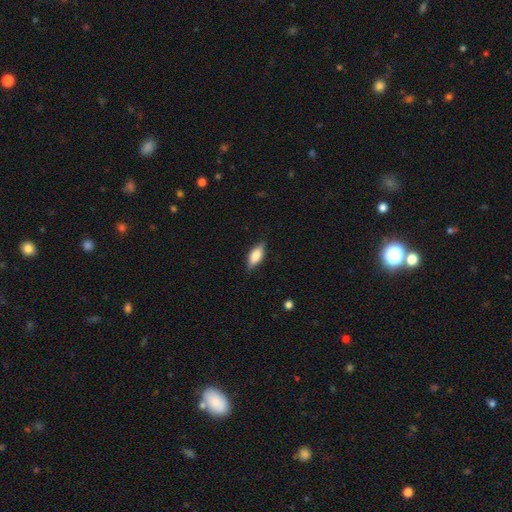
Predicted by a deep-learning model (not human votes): smooth-or-featured: smooth: 70% | featured or disk: 24% | star or artifact: 7%
  how-rounded: in between: 78% | cigar-shaped: 19% | round: 3%
  merging: none: 84% | minor disturbance: 13% | major disturbance: 3% | merger: 1%